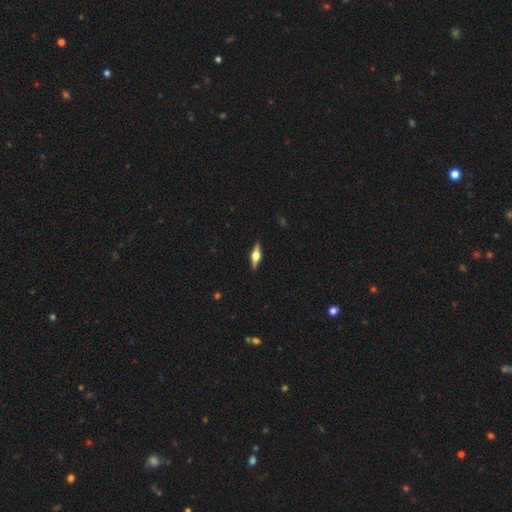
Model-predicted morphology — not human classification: smooth_or_featured: featured or disk (p=0.71) [alt: smooth p=0.23]
disk_edge_on: yes (p=0.97) [alt: no p=0.03]
edge_on_bulge: rounded (p=0.95) [alt: boxy p=0.04]
merging: none (p=0.91) [alt: minor disturbance p=0.07]